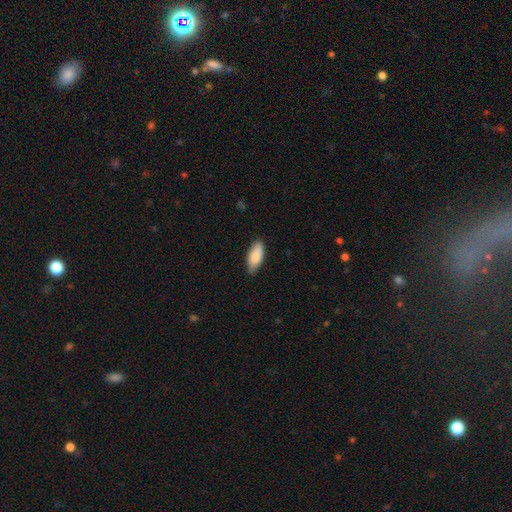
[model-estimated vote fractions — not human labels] Smooth or featured? smooth (88%)
How rounded? in between (84%)
Merging? none (78%)